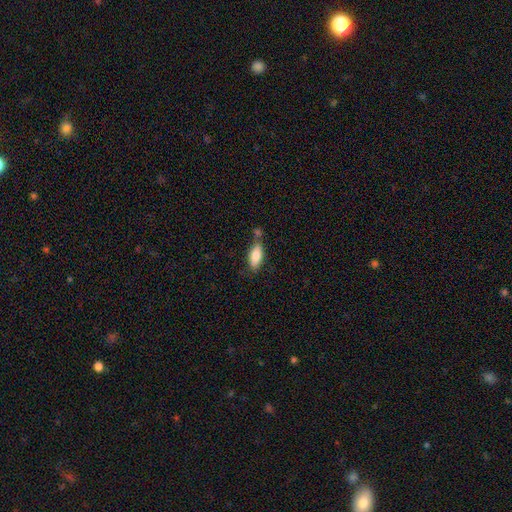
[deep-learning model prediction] A smooth galaxy with no disk features (82%) that is in between round and cigar-shaped (80%).

Vote fractions:
- Smooth or featured? smooth: 82% / featured or disk: 11% / star or artifact: 6%
- How rounded? in between: 80% / cigar-shaped: 18% / round: 2%
- Merging? none: 58% / merger: 19% / minor disturbance: 18% / major disturbance: 5%